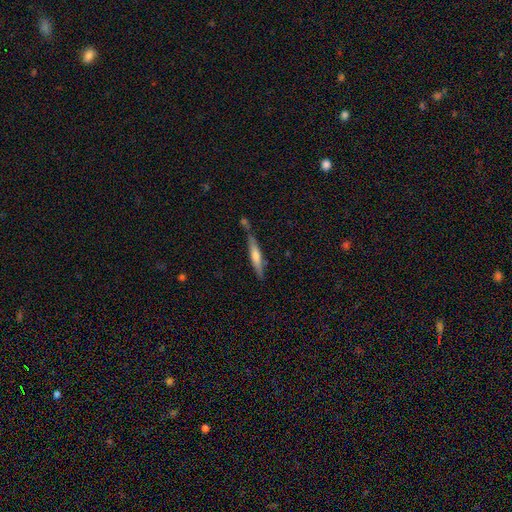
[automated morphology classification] smooth 47% (tied), featured or disk 47% (tied), star or artifact 6%. Down the decision tree: merging — none (72%).